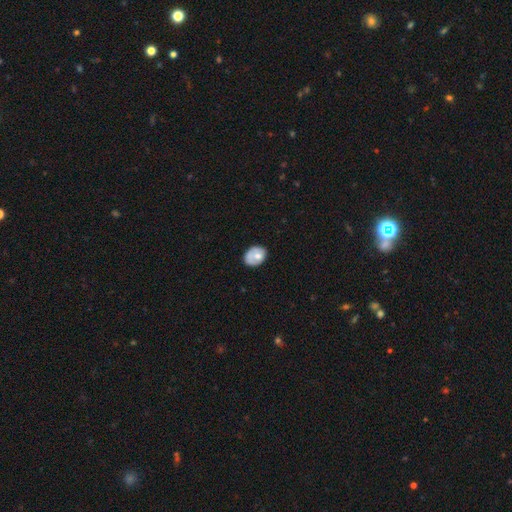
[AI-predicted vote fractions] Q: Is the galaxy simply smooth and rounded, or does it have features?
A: smooth — 65%.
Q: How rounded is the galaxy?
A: in between — 62%.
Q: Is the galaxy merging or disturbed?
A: none — 63%.